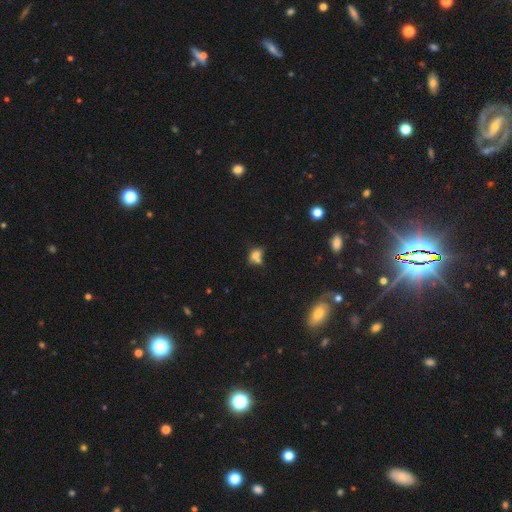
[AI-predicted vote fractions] smooth_or_featured: smooth (p=0.70) [alt: featured or disk p=0.16]
how_rounded: in between (p=0.51) [alt: round p=0.47]
merging: merger (p=0.46) [alt: none p=0.34]